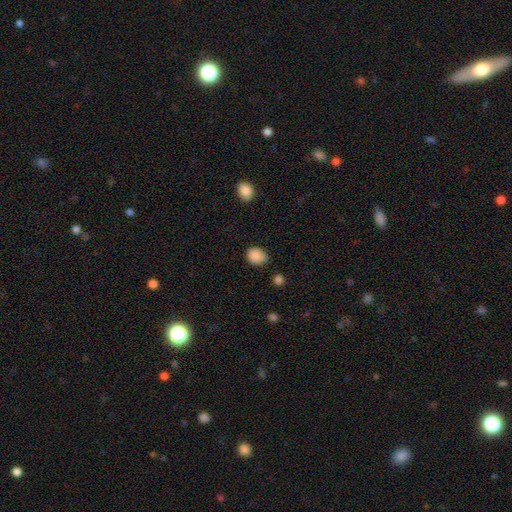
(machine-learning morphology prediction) Overall: smooth (88%). How rounded: in between (53%; round 46%). Merging: none (73%).